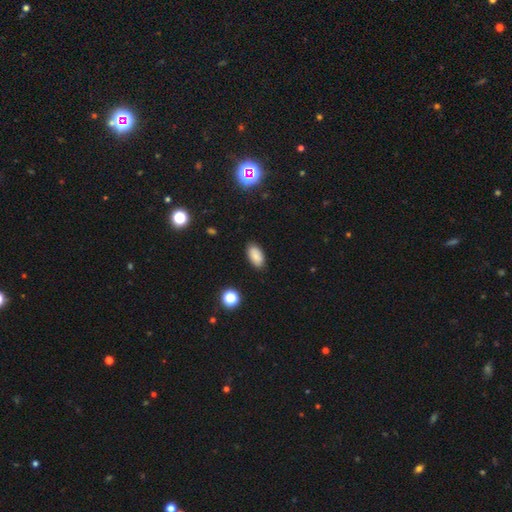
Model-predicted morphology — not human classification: A smooth galaxy with no disk features (84%) that is in between round and cigar-shaped (93%). Merging: none (86%).